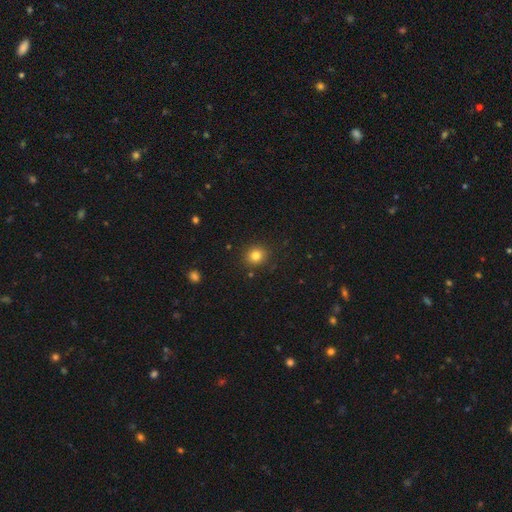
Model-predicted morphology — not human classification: smooth-or-featured: smooth: 82% | star or artifact: 12% | featured or disk: 6%
  how-rounded: round: 86% | in between: 13% | cigar-shaped: 1%
  merging: none: 89% | minor disturbance: 7% | major disturbance: 2% | merger: 2%